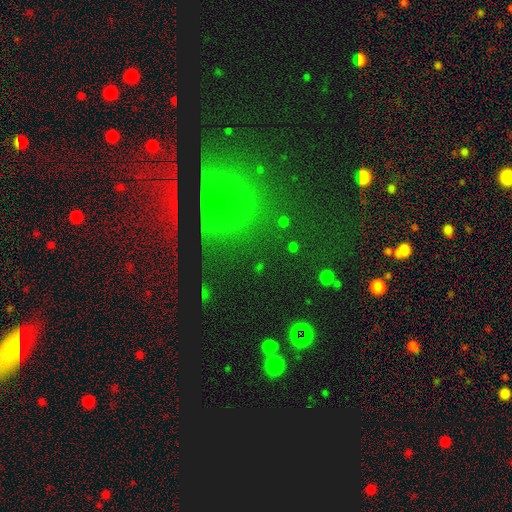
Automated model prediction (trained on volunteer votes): star or artifact 63%, smooth 25%, featured or disk 11%.